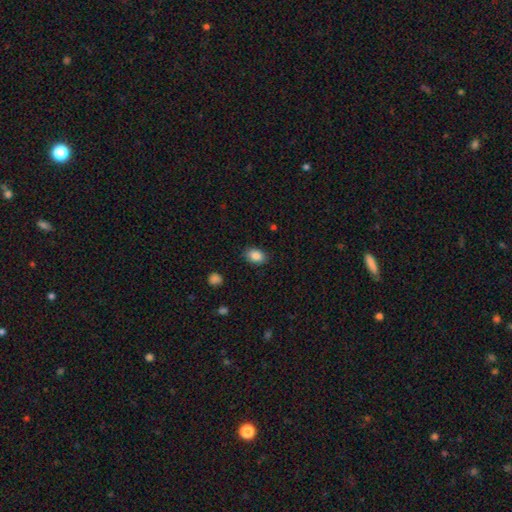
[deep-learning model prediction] A smooth galaxy with no disk features (87%) that is in between round and cigar-shaped (78%). Merging: none (86%).